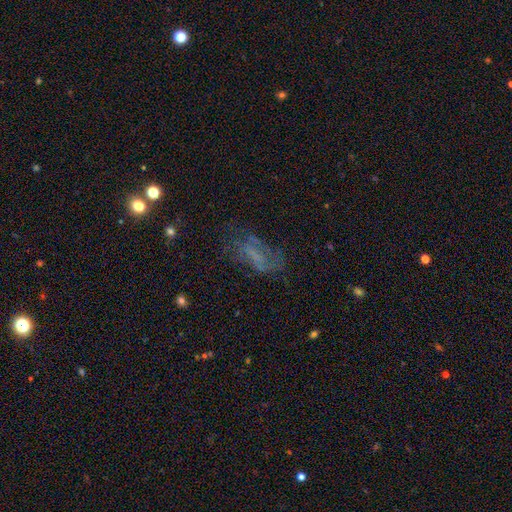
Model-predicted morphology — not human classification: Smooth or featured? Predicted: featured or disk (p=0.43). Merging? Predicted: none (p=0.48).